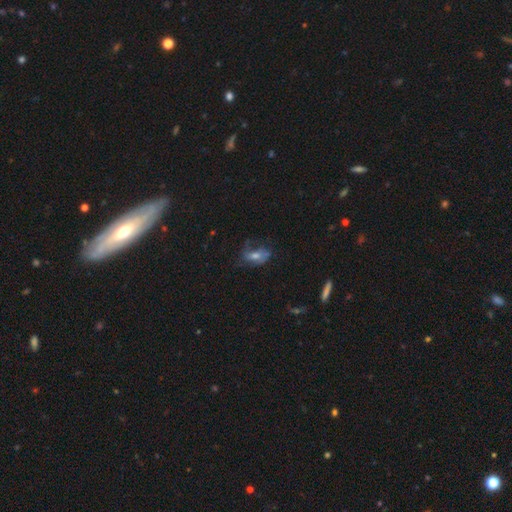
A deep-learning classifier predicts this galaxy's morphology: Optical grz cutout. It shows a featured or disk galaxy (53%). Merging: none (50%).